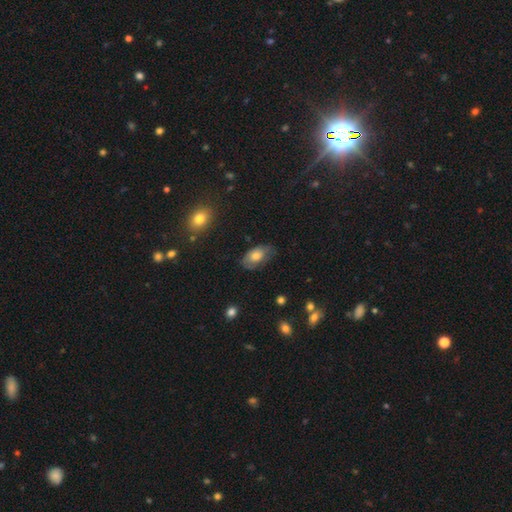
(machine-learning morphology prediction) smooth-or-featured: smooth: 65% | featured or disk: 27% | star or artifact: 8%
  how-rounded: in between: 91% | round: 6% | cigar-shaped: 2%
  merging: none: 61% | minor disturbance: 28% | major disturbance: 9% | merger: 2%